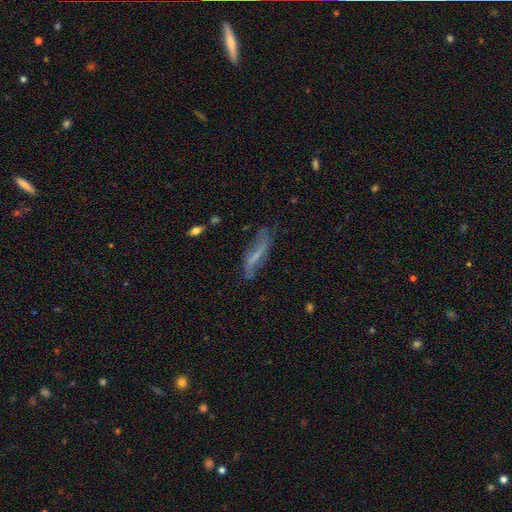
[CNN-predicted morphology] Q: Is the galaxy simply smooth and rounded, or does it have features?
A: featured or disk — 59%.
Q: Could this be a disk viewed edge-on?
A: no — 73%.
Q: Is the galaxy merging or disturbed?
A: none — 61%.